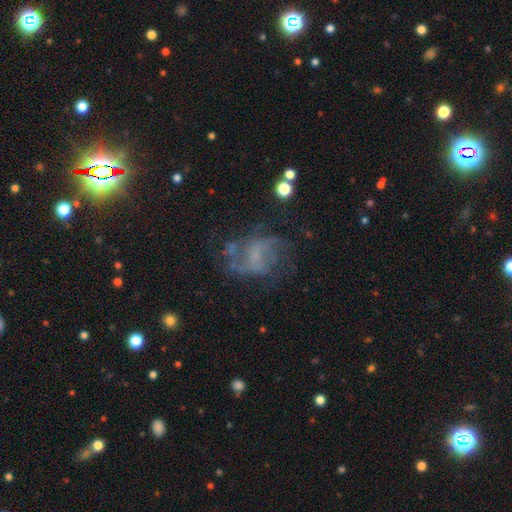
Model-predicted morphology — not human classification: A featured or disk galaxy (64%) with no bar (51%), spiral arms (73%) and no central bulge (49%). Merging: none (53%).